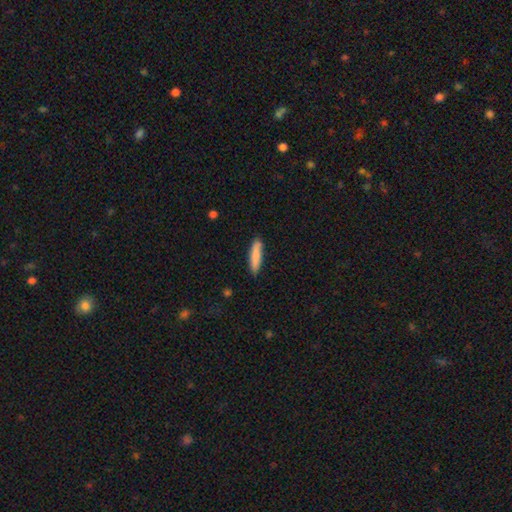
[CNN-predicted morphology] A smooth galaxy with no disk features (85%) that is cigar-shaped (79%). Merging: none (84%).